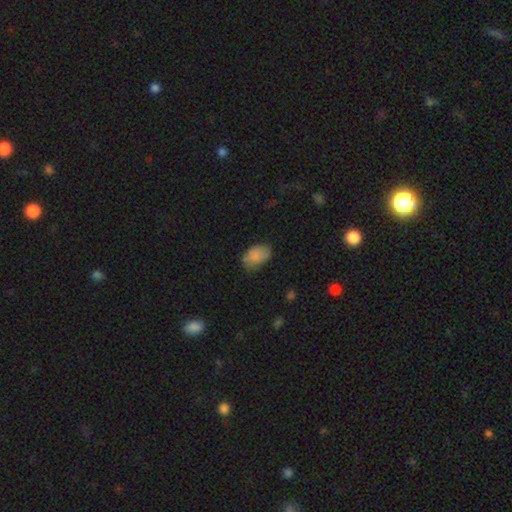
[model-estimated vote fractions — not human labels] Overall: smooth (82%). How rounded: in between (89%). Merging: none (70%).